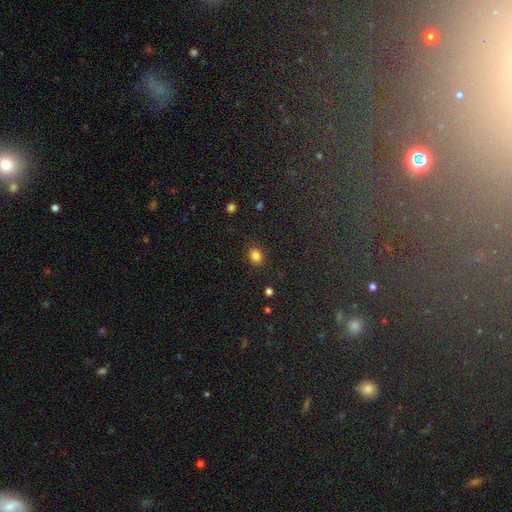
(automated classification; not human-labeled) A smooth galaxy with no disk features (83%) that is round (57%). Merging: none (85%).